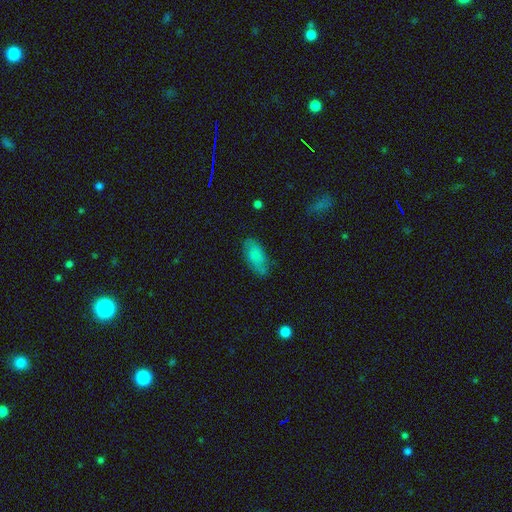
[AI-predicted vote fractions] smooth-or-featured: smooth: 76% | featured or disk: 16% | star or artifact: 8%
  how-rounded: in between: 85% | cigar-shaped: 12% | round: 2%
  merging: none: 72% | minor disturbance: 21% | major disturbance: 5% | merger: 2%